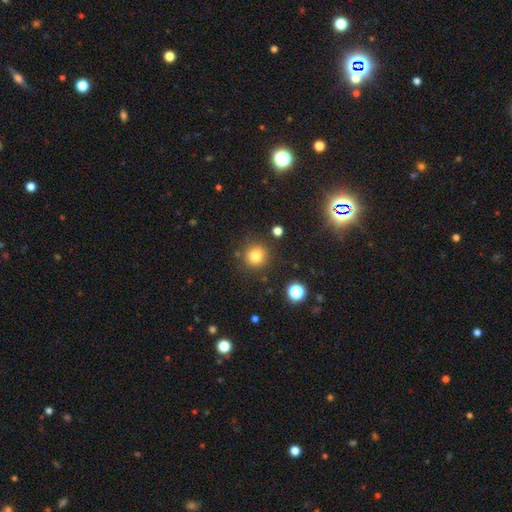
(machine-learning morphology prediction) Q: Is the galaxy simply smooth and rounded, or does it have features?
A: smooth — 79%.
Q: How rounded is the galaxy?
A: round — 93%.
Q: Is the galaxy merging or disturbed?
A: none — 86%.